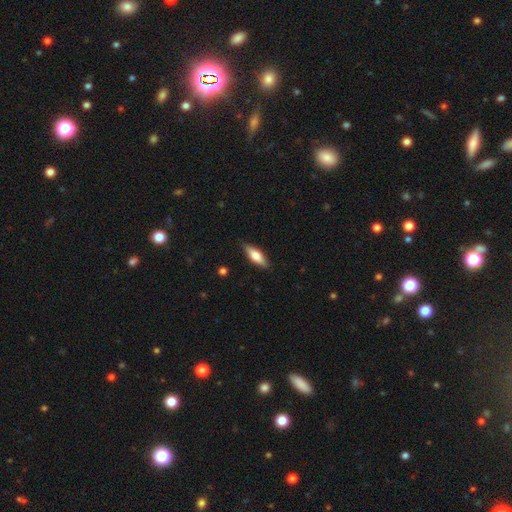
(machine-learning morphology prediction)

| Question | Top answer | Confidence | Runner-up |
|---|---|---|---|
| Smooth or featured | smooth | 67% | featured or disk (27%) |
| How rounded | in between | 58% | cigar-shaped (40%) |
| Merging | none | 86% | minor disturbance (10%) |